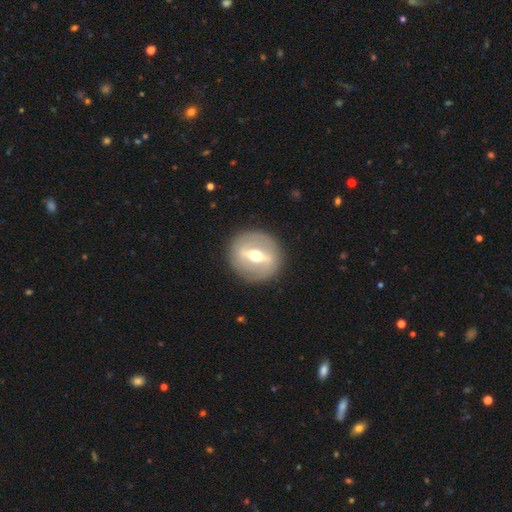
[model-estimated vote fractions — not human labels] This is likely a featured or disk galaxy (73%). It is likely not viewed edge-on (73%). Bar: likely strong (75%). Spiral arm pattern: clearly no (81%). Central bulge: likely moderate (75%). Merging: clearly none (89%).